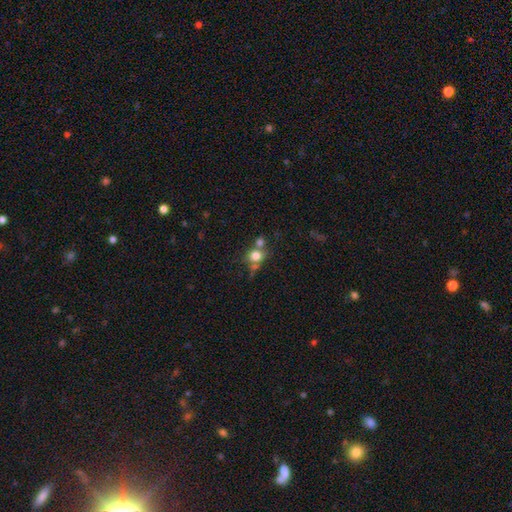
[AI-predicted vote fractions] Smooth or featured? Predicted: smooth (p=0.74). How rounded? Predicted: round (p=0.80). Merging? Predicted: none (p=0.50).